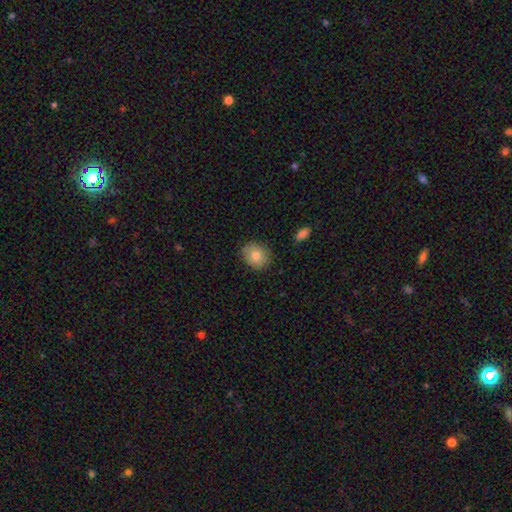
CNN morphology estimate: Smooth or featured? Predicted: smooth (p=0.82). How rounded? Predicted: round (p=0.60). Merging? Predicted: none (p=0.85).